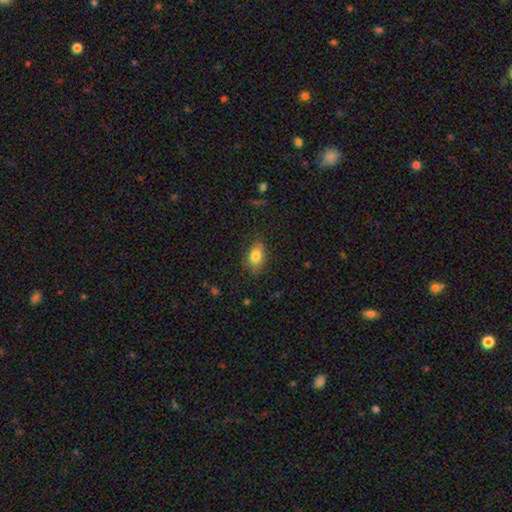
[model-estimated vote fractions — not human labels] Morphology: type=smooth (81%); roundness=in between (85%); merging=none (76%).